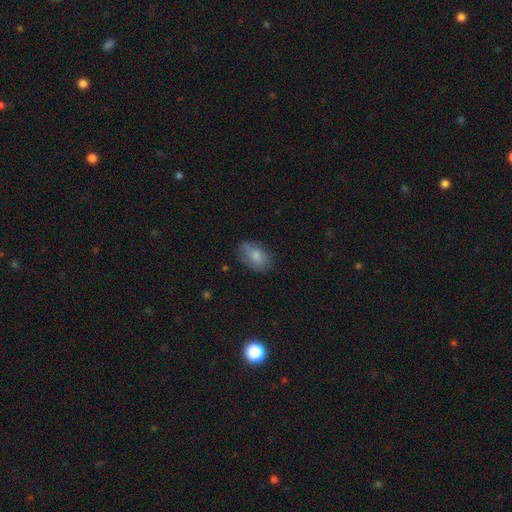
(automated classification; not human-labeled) A smooth galaxy with no disk features (78%) that is in between round and cigar-shaped (88%). Merging: none (71%).